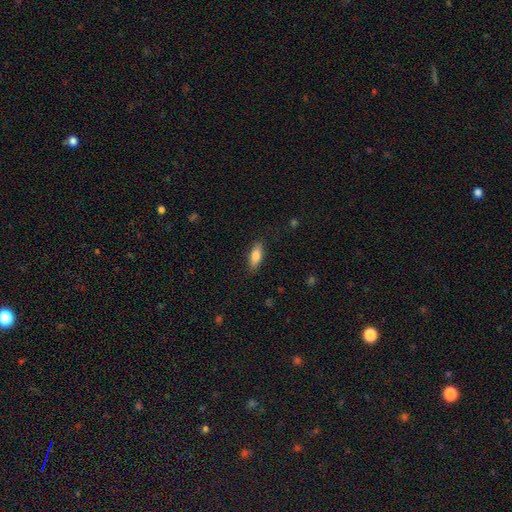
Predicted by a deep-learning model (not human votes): The model was most divided on "how rounded": in between: 70%, cigar-shaped: 27%, round: 2%. More confident: merging — none (86%); smooth or featured — smooth (80%).